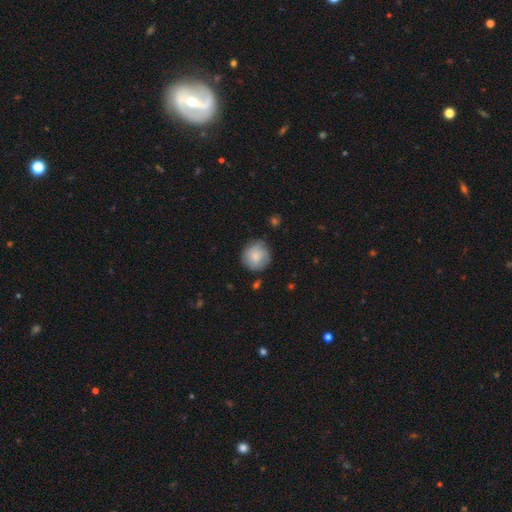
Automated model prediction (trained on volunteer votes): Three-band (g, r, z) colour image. It shows a smooth galaxy with no disk features (73%) that is round (90%). Merging: none (71%).